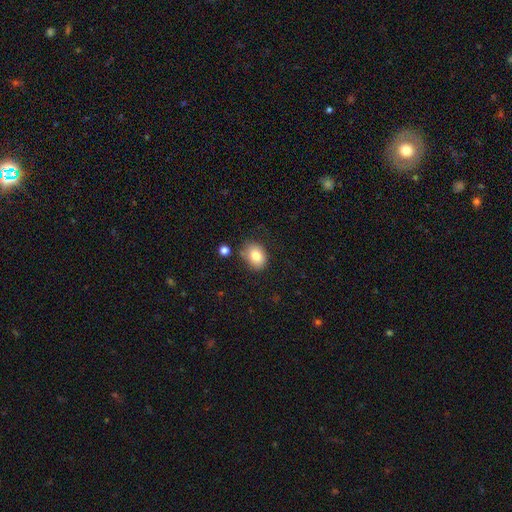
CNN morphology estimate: A smooth galaxy with no disk features (80%) that is in between round and cigar-shaped (63%). Merging: none (72%).